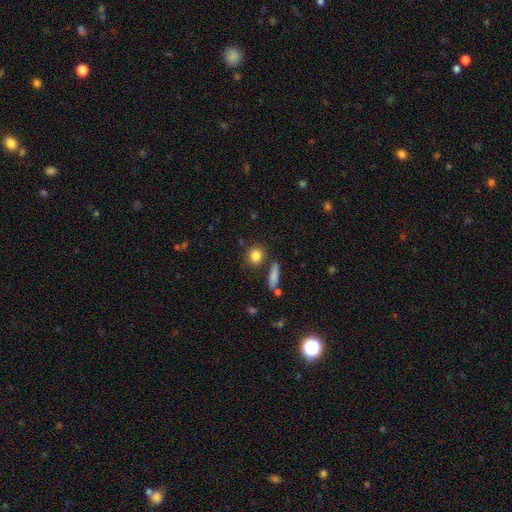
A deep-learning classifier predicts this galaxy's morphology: smooth-or-featured: smooth: 84% | star or artifact: 9% | featured or disk: 7%
  how-rounded: round: 79% | in between: 17% | cigar-shaped: 4%
  merging: none: 78% | minor disturbance: 10% | merger: 9% | major disturbance: 3%